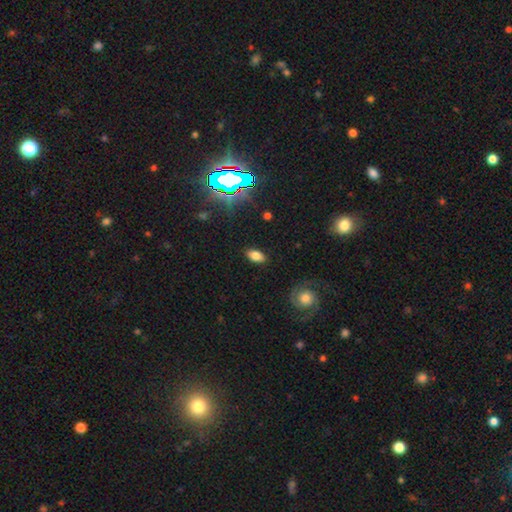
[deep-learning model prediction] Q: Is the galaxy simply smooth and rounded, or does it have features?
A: smooth — 75%.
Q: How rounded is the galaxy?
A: in between — 91%.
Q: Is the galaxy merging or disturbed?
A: none — 87%.